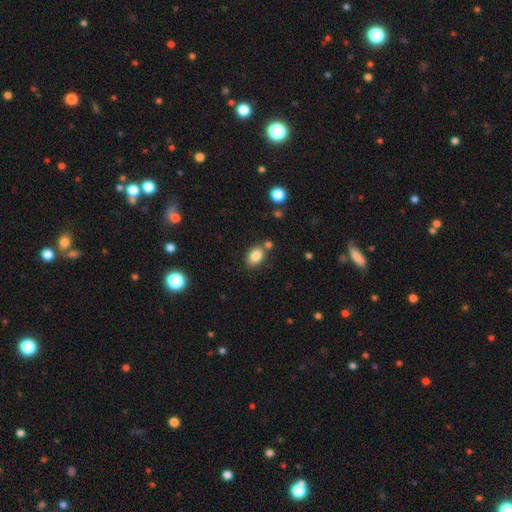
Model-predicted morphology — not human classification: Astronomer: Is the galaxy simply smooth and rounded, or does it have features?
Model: smooth — 84%.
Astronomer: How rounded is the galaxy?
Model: in between — 80%.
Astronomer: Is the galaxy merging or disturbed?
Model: none — 73%.